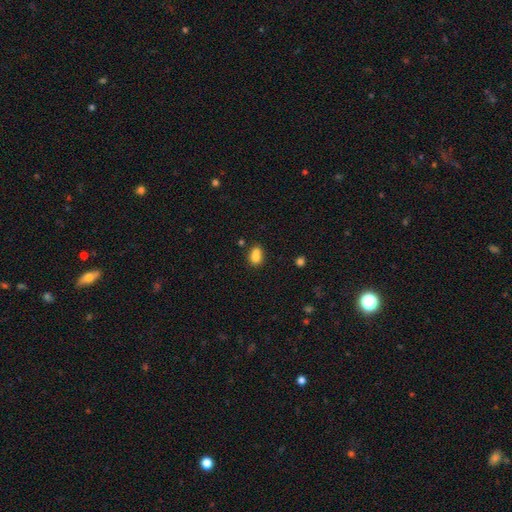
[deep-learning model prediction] This appears to be a smooth galaxy with no disk features (75%) that is in between round and cigar-shaped (53%). Merging: merger (52%).